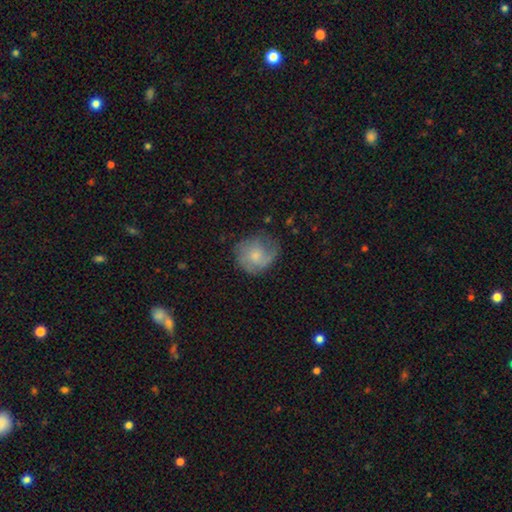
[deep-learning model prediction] A smooth galaxy with no disk features (48%).

Vote fractions:
- Smooth or featured? smooth: 48% / featured or disk: 44% / star or artifact: 8%
- Merging? none: 59% / minor disturbance: 25% / major disturbance: 14% / merger: 2%